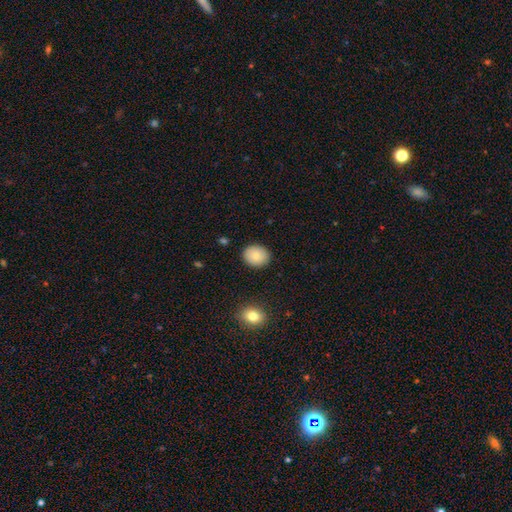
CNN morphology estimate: smooth_or_featured: smooth (p=0.82) [alt: featured or disk p=0.10]
how_rounded: round (p=0.59) [alt: in between p=0.40]
merging: none (p=0.89) [alt: minor disturbance p=0.08]